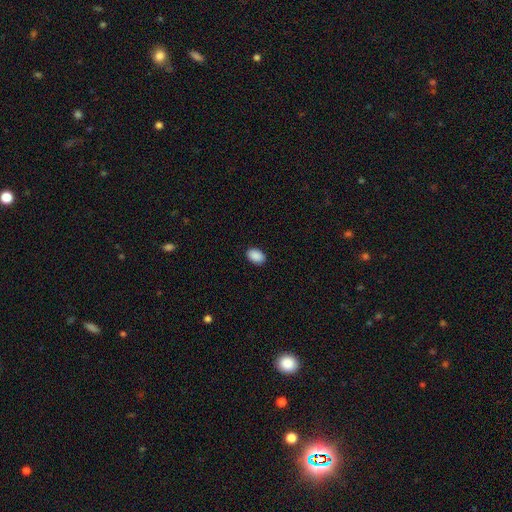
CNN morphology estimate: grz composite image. It shows a smooth galaxy with no disk features (91%) that is in between round and cigar-shaped (86%). Merging: none (90%).